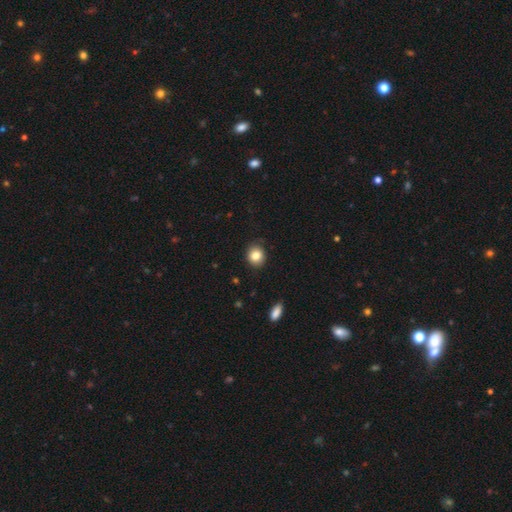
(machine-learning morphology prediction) smooth-or-featured: smooth: 83% | star or artifact: 10% | featured or disk: 7%
  how-rounded: round: 79% | in between: 20% | cigar-shaped: 1%
  merging: none: 84% | minor disturbance: 12% | major disturbance: 2% | merger: 1%